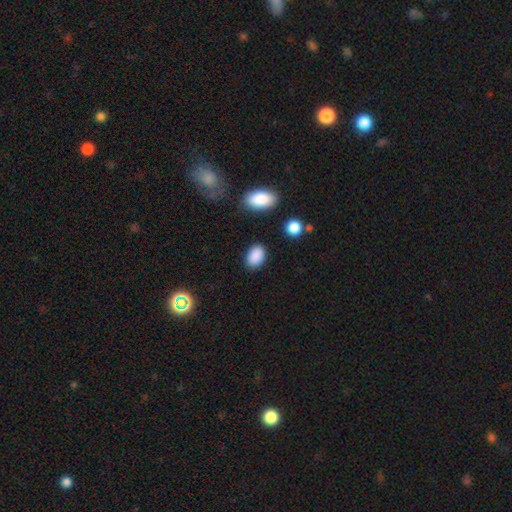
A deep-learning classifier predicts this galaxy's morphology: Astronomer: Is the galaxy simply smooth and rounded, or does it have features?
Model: smooth — 88%.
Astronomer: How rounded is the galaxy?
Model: in between — 85%.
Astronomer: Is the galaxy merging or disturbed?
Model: none — 84%.